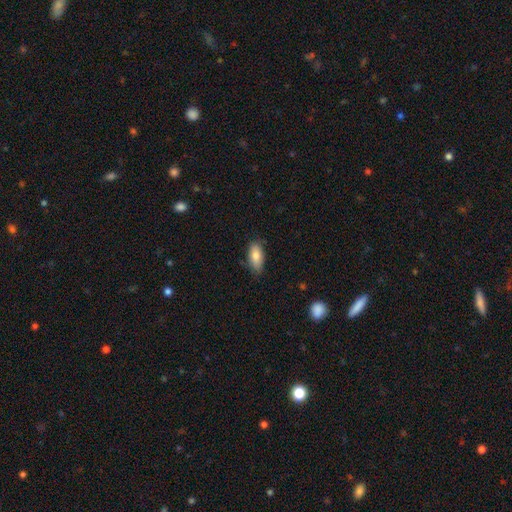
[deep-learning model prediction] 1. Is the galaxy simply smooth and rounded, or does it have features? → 81% smooth, 12% featured or disk, 7% star or artifact.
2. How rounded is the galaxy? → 88% in between, 9% cigar-shaped, 3% round.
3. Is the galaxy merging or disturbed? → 76% none, 20% minor disturbance, 3% major disturbance, 1% merger.